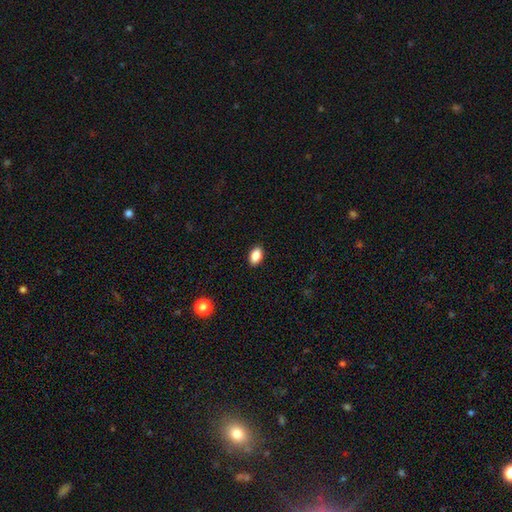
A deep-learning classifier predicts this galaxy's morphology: Smooth or featured? Predicted: smooth (p=0.87). How rounded? Predicted: in between (p=0.91). Merging? Predicted: none (p=0.90).